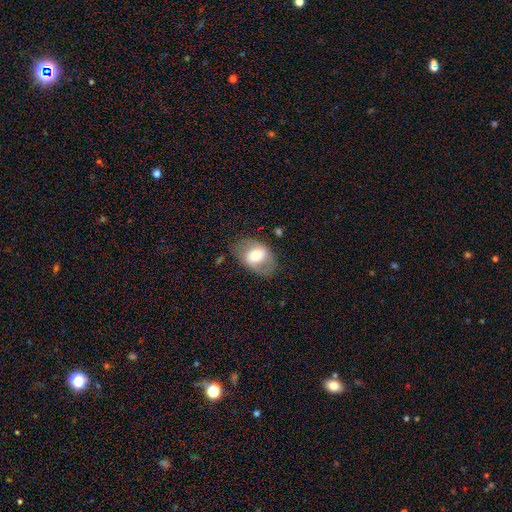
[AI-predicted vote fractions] Smooth or featured? Predicted: smooth (p=0.52). How rounded? Predicted: in between (p=0.78). Merging? Predicted: none (p=0.68).